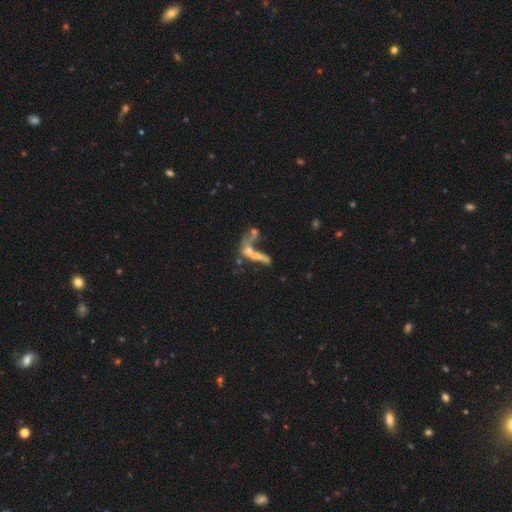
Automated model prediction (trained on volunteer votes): Smooth or featured? featured or disk (48%)
Merging? merger (48%)